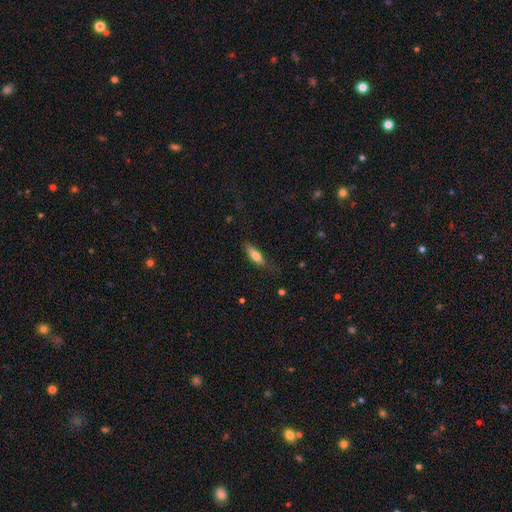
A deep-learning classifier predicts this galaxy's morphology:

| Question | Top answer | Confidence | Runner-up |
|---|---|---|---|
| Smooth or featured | smooth | 70% | featured or disk (23%) |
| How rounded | in between | 49% | tied: cigar-shaped (49%) |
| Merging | none | 72% | minor disturbance (21%) |